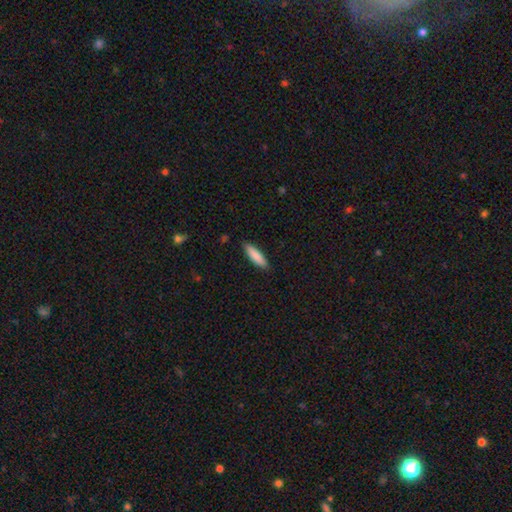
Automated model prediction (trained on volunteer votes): This is clearly a smooth galaxy (86%). How rounded: likely cigar-shaped (65%). Merging: clearly none (87%).